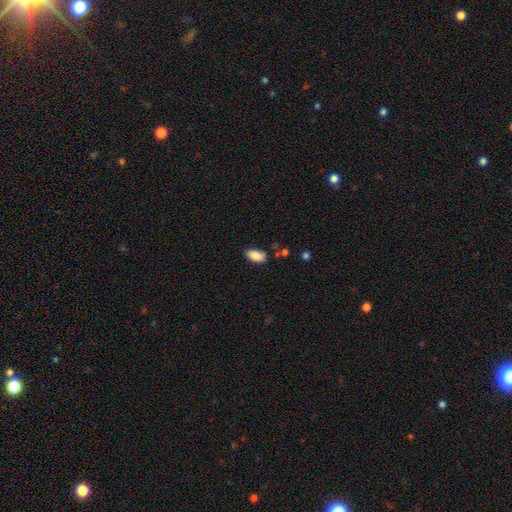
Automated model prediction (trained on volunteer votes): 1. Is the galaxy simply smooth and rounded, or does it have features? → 87% smooth, 7% star or artifact, 6% featured or disk.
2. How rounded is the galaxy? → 92% in between, 5% cigar-shaped, 3% round.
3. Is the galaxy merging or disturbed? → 76% none, 18% minor disturbance, 3% major disturbance, 3% merger.